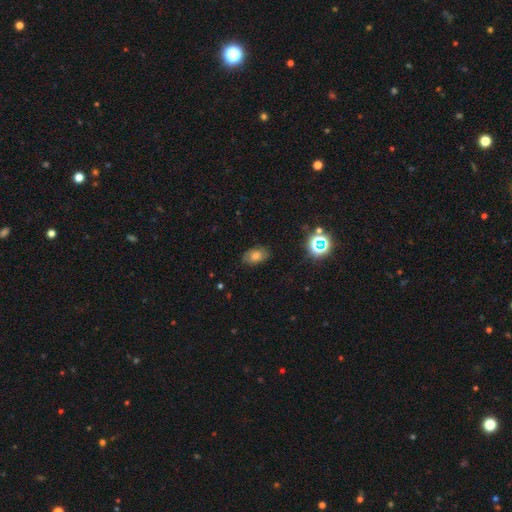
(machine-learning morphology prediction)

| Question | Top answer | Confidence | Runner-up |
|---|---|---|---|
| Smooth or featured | smooth | 67% | star or artifact (17%) |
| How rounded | in between | 85% | round (14%) |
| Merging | none | 78% | minor disturbance (17%) |